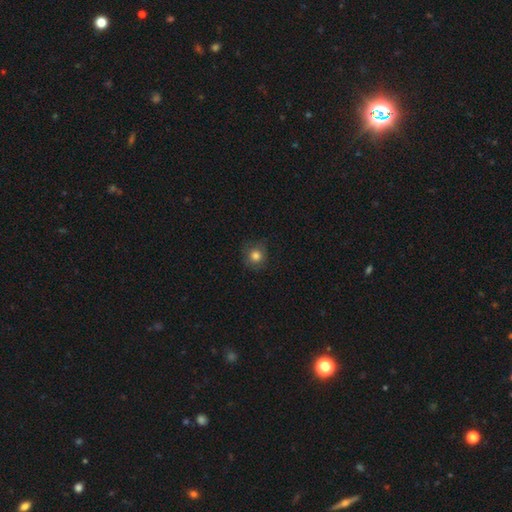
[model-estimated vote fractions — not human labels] A smooth galaxy with no disk features (80%) that is round (90%).

Vote fractions:
- Smooth or featured? smooth: 80% / star or artifact: 11% / featured or disk: 9%
- How rounded? round: 90% / in between: 9% / cigar-shaped: 1%
- Merging? none: 76% / minor disturbance: 17% / major disturbance: 6% / merger: 1%